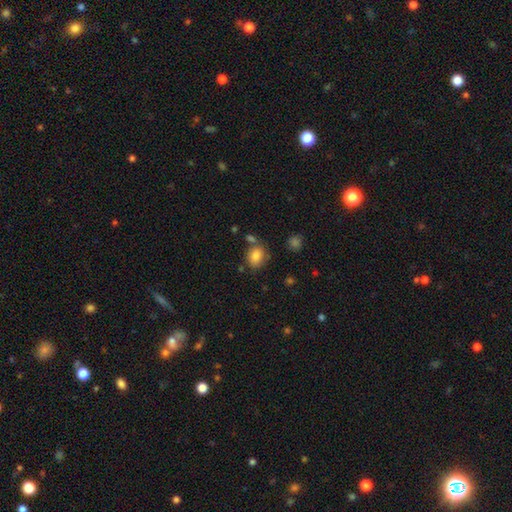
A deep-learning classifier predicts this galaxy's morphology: A smooth galaxy with no disk features (83%) that is in between round and cigar-shaped (53%).

Vote fractions:
- Smooth or featured? smooth: 83% / star or artifact: 9% / featured or disk: 8%
- How rounded? in between: 53% / round: 45% / cigar-shaped: 1%
- Merging? none: 64% / minor disturbance: 17% / merger: 13% / major disturbance: 6%